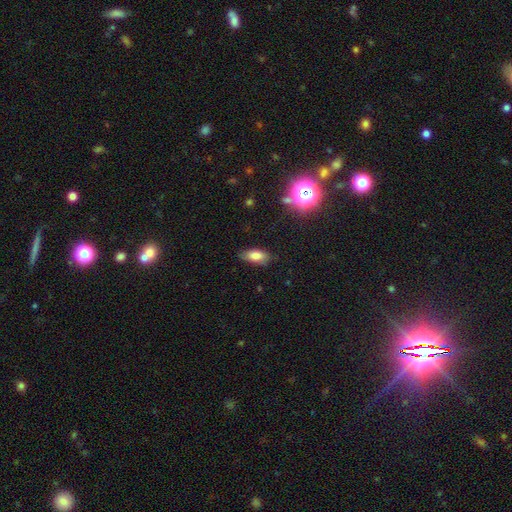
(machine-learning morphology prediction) Smooth or featured: smooth — 78% (star or artifact — 11%)
How rounded: in between — 85% (cigar-shaped — 11%)
Merging: none — 78% (minor disturbance — 17%)